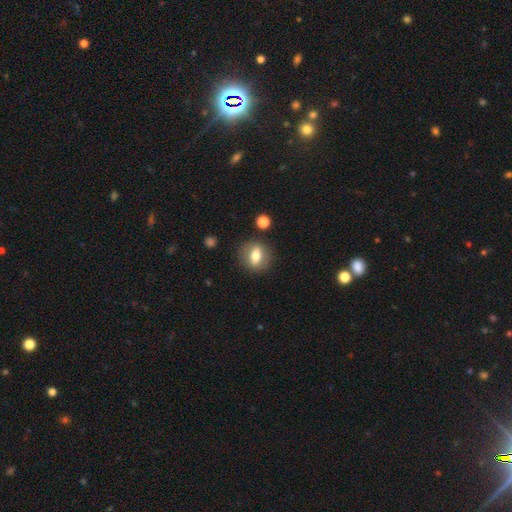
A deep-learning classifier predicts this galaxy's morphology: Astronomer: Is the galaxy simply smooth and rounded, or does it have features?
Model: smooth — 61%.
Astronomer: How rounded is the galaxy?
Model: in between — 48% (runner-up: round, 46%).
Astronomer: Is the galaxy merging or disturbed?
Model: none — 85%.